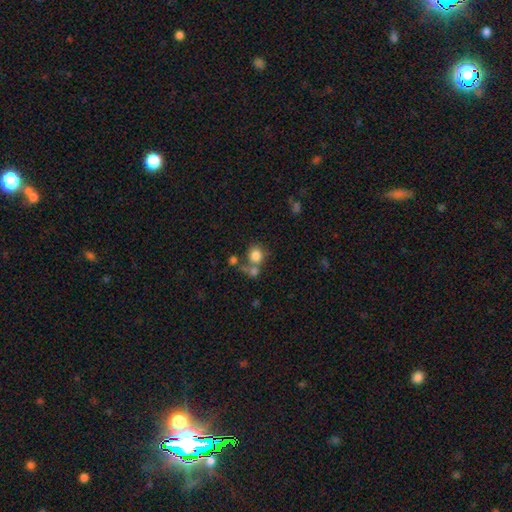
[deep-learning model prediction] This appears to be a smooth galaxy with no disk features (79%) that is round (81%). Merging: none (49%).